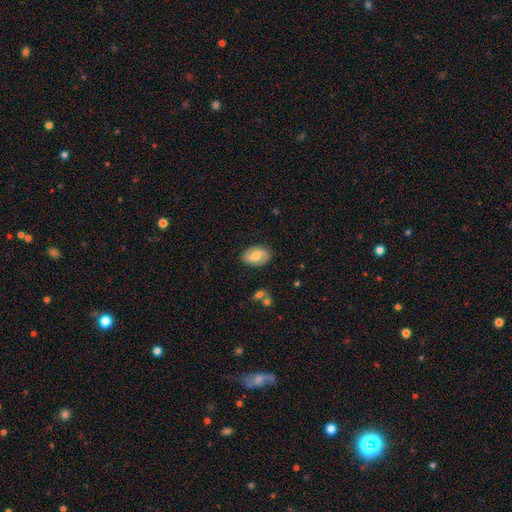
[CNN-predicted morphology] Smooth or featured? smooth (51%)
How rounded? in between (89%)
Merging? none (82%)